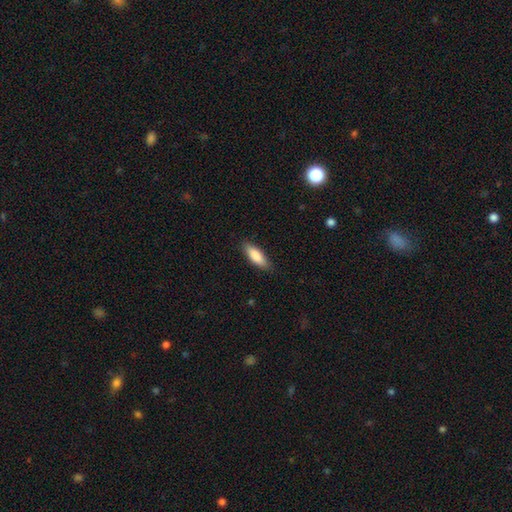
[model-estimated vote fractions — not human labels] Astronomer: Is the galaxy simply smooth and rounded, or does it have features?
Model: smooth — 85%.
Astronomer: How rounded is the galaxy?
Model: in between — 59% (runner-up: cigar-shaped, 40%).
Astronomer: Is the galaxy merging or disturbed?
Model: none — 86%.